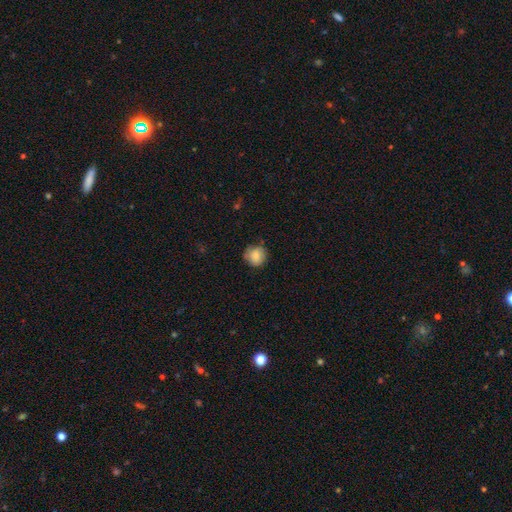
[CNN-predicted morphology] A smooth galaxy with no disk features (82%) that is round (88%). Merging: none (75%).